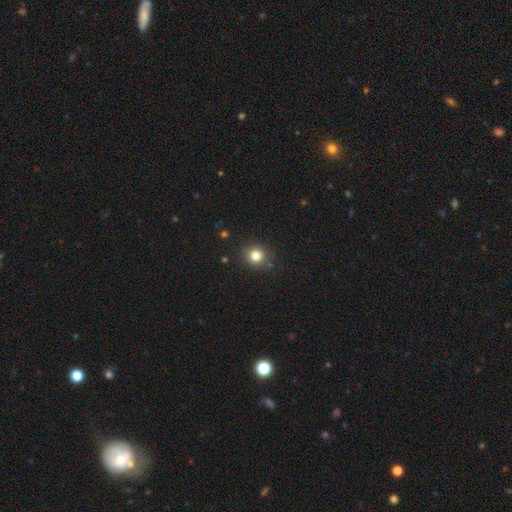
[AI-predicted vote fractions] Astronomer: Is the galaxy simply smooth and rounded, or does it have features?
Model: smooth — 80%.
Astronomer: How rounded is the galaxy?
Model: round — 89%.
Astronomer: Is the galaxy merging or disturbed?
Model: none — 88%.